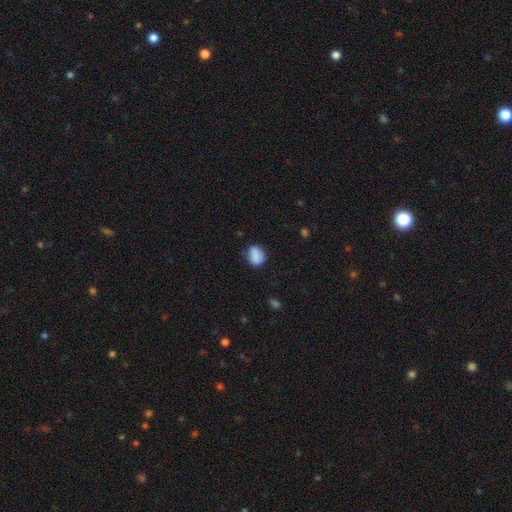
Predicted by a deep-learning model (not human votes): This is clearly a smooth galaxy (85%). How rounded: likely in between (64%). Merging: likely none (67%).